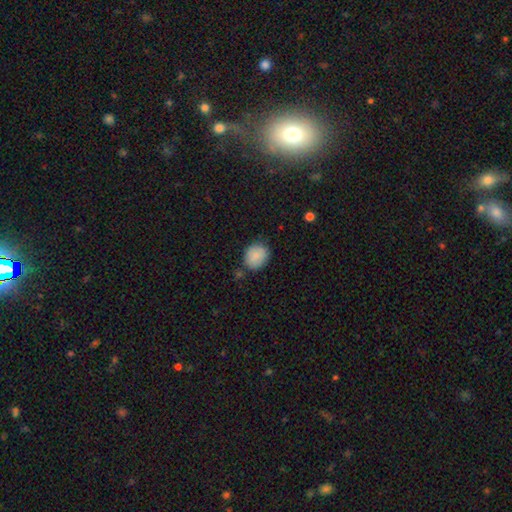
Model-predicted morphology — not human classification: Smooth or featured: smooth — 86% (star or artifact — 8%)
How rounded: round — 68% (in between — 31%)
Merging: none — 74% (minor disturbance — 17%)